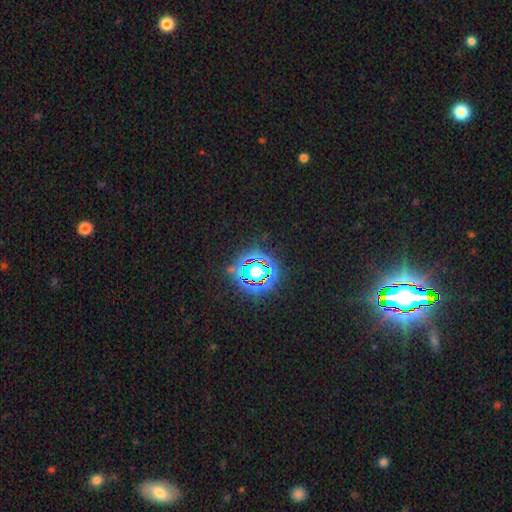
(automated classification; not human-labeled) Smooth or featured? star or artifact (80%)